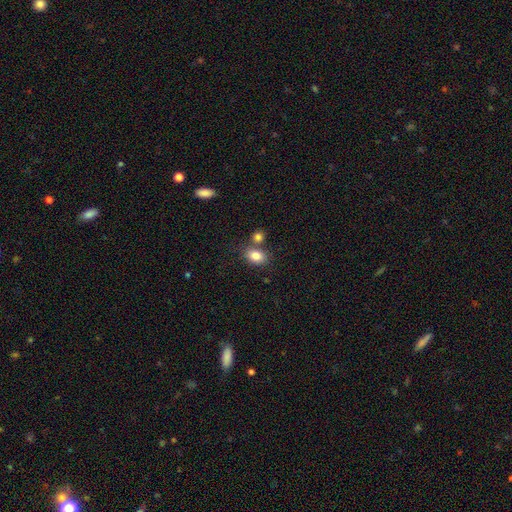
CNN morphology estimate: Q: Smooth or featured?
A: smooth (83%); runner-up: star or artifact (9%)
Q: How rounded?
A: in between (71%); runner-up: round (27%)
Q: Merging?
A: none (60%); runner-up: merger (25%)